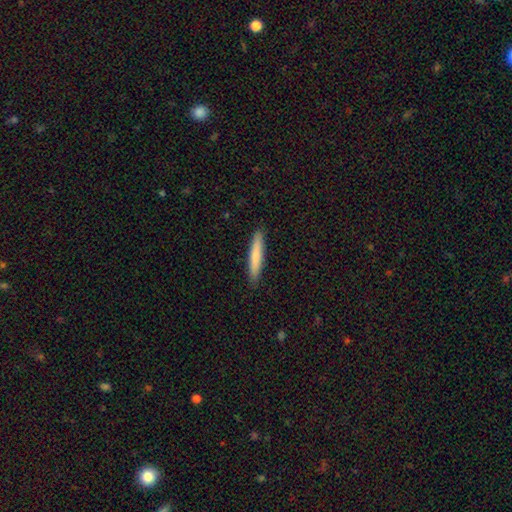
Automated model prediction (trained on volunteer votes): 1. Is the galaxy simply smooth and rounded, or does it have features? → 77% smooth, 18% featured or disk, 5% star or artifact.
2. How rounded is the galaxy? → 93% cigar-shaped, 6% in between, 1% round.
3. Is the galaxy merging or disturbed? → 91% none, 7% minor disturbance, 1% major disturbance, 1% merger.